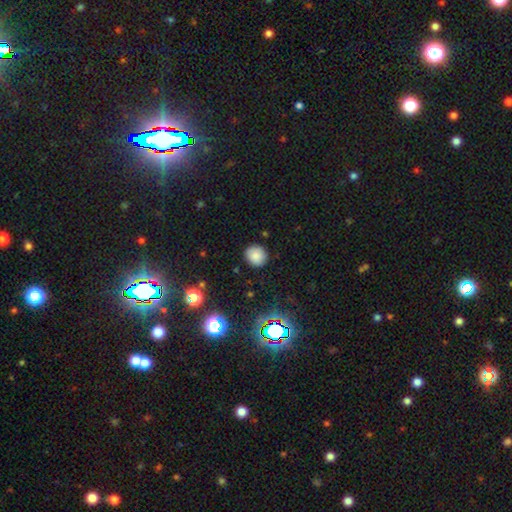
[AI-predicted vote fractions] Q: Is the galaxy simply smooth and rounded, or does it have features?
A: smooth — 83%.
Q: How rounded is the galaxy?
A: round — 87%.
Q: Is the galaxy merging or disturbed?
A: none — 88%.